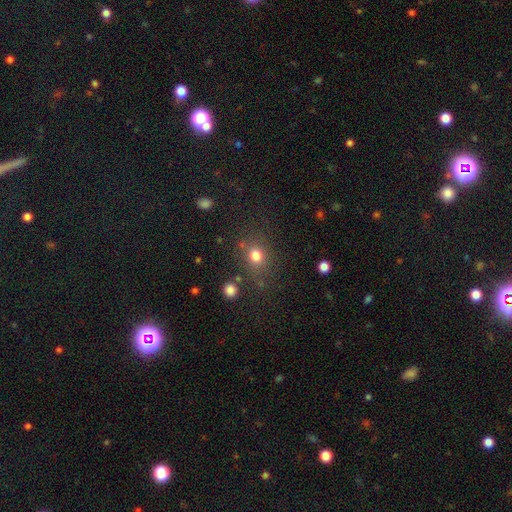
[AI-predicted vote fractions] Smooth or featured? smooth (78%)
How rounded? round (71%)
Merging? none (75%)